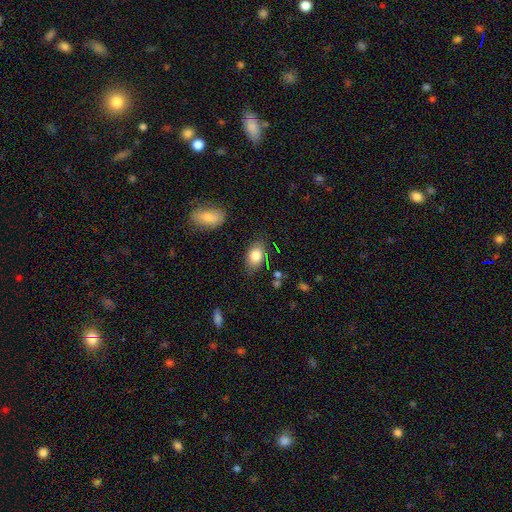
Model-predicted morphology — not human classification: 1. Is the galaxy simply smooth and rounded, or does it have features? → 81% smooth, 11% featured or disk, 8% star or artifact.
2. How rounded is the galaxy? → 86% in between, 12% round, 2% cigar-shaped.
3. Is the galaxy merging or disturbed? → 79% none, 15% minor disturbance, 4% major disturbance, 2% merger.